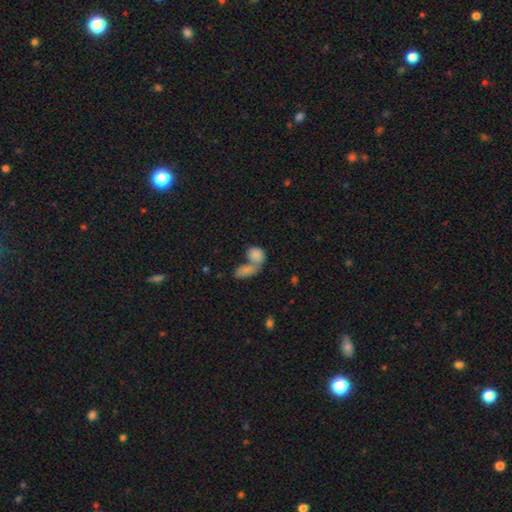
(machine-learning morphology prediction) This is clearly a smooth galaxy (83%). How rounded: likely in between (63%). Merging: likely merger (63%).